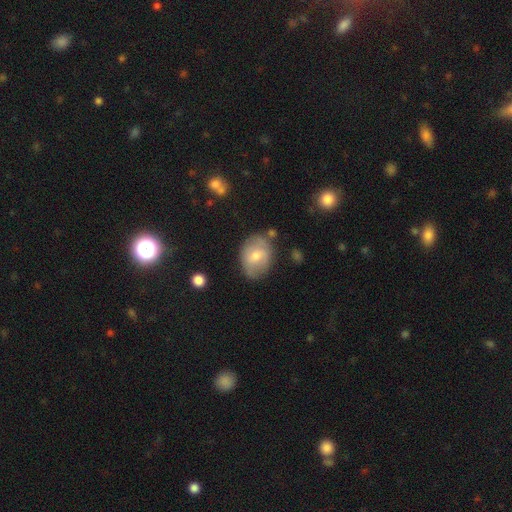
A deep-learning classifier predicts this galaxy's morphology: Q: Smooth or featured?
A: smooth (57%); runner-up: featured or disk (35%)
Q: How rounded?
A: in between (68%); runner-up: round (30%)
Q: Merging?
A: none (68%); runner-up: minor disturbance (23%)